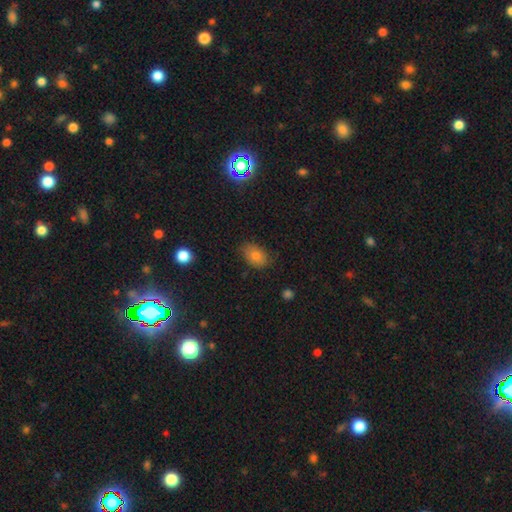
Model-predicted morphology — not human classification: Q: Smooth or featured?
A: smooth (74%); runner-up: star or artifact (14%)
Q: How rounded?
A: in between (81%); runner-up: round (17%)
Q: Merging?
A: none (80%); runner-up: minor disturbance (16%)